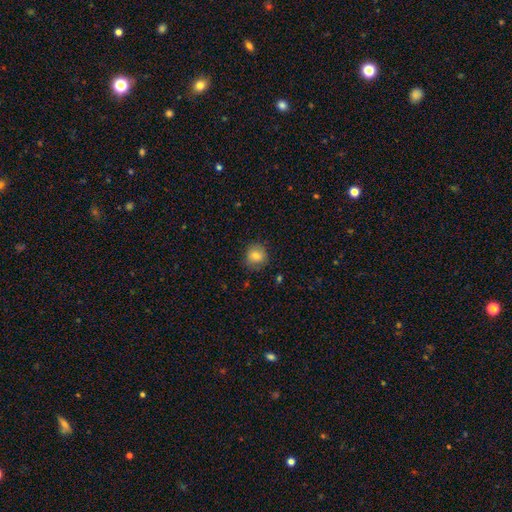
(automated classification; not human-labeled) smooth_or_featured: smooth (p=0.81) [alt: featured or disk p=0.10]
how_rounded: round (p=0.85) [alt: in between p=0.14]
merging: none (p=0.81) [alt: minor disturbance p=0.14]